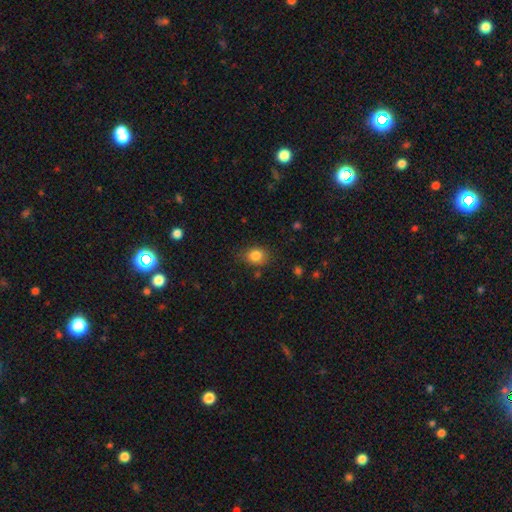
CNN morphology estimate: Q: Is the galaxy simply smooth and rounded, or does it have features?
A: smooth — 84%.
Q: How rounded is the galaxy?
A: in between — 51%.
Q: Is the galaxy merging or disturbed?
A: none — 79%.